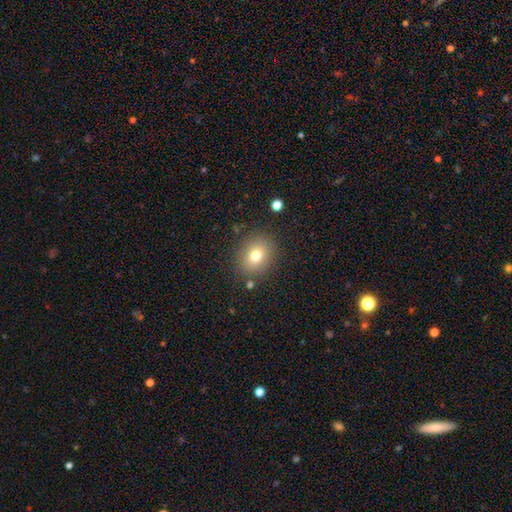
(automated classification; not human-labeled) A smooth galaxy with no disk features (76%) that is round (58%).

Vote fractions:
- Smooth or featured? smooth: 76% / star or artifact: 13% / featured or disk: 11%
- How rounded? round: 58% / in between: 41% / cigar-shaped: 1%
- Merging? none: 85% / minor disturbance: 9% / major disturbance: 3% / merger: 2%